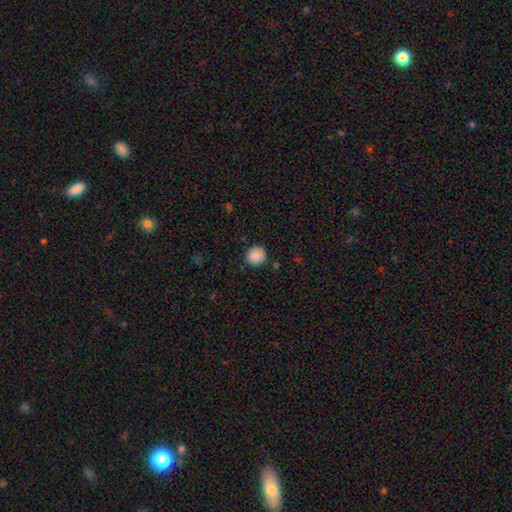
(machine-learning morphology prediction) type=smooth (88%); roundness=round (90%); merging=none (88%).